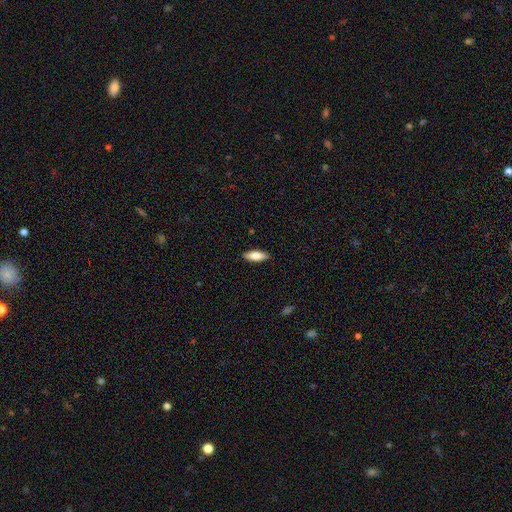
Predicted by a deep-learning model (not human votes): smooth 79%, featured or disk 15%, star or artifact 6%. Down the decision tree: how rounded — in between (64%); merging — none (89%).